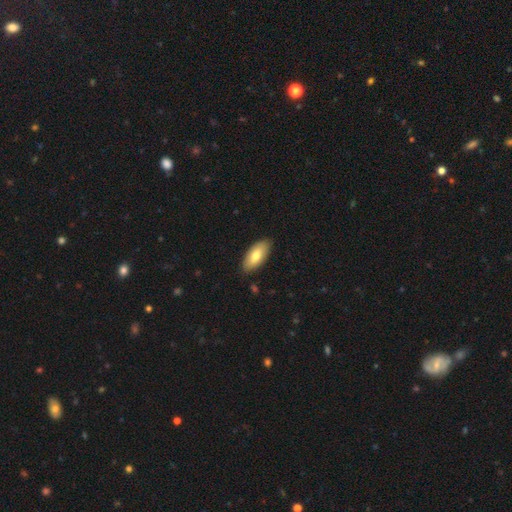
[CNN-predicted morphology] type=smooth (76%); roundness=in between (88%); merging=none (86%).